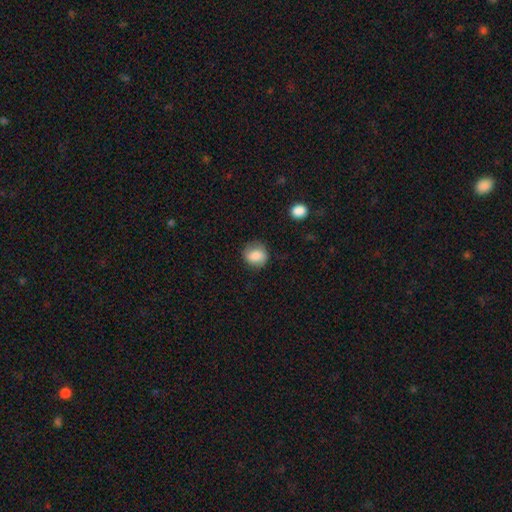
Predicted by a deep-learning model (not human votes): smooth 83%, featured or disk 9%, star or artifact 8%. Down the decision tree: how rounded — round (73%); merging — none (74%).